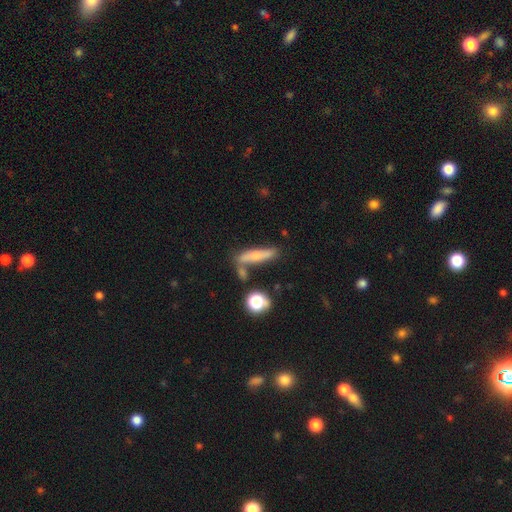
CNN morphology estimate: A smooth galaxy with no disk features (57%) that is cigar-shaped (73%). Merging: none (65%).